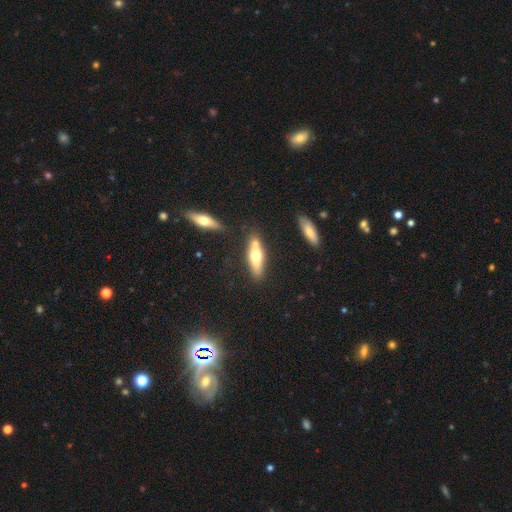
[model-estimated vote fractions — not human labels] Smooth or featured? Predicted: smooth (p=0.51). How rounded? Predicted: cigar-shaped (p=0.57). Merging? Predicted: none (p=0.69).